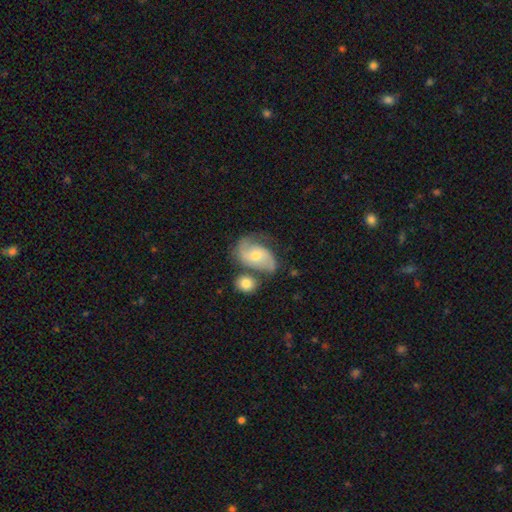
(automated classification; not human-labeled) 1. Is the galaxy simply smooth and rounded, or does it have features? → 69% featured or disk, 24% smooth, 7% star or artifact.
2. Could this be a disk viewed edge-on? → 96% no, 4% yes.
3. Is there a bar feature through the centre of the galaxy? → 55% no, 35% weak, 10% strong.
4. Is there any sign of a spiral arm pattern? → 90% yes, 10% no.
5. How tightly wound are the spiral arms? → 45% medium, 37% loose, 17% tight.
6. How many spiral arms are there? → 83% 2, 8% can't tell, 4% 1, 2% 3, 1% 4, 1% more than 4.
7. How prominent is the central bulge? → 54% moderate, 41% small, 3% large, 1% none, 1% dominant.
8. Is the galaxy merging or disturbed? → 50% none, 21% merger, 20% minor disturbance, 10% major disturbance.